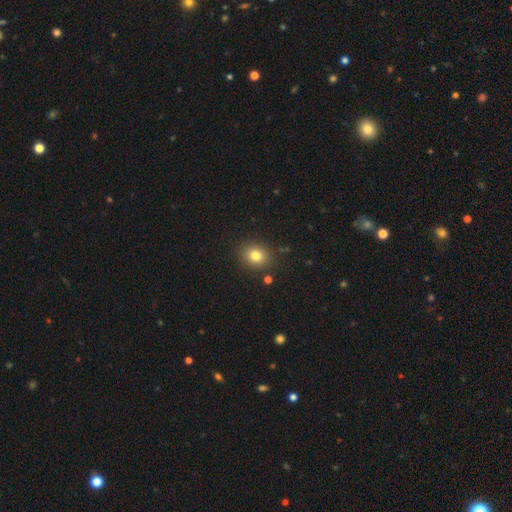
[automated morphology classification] Smooth or featured: smooth — 80% (star or artifact — 12%)
How rounded: round — 66% (in between — 33%)
Merging: none — 87% (minor disturbance — 8%)